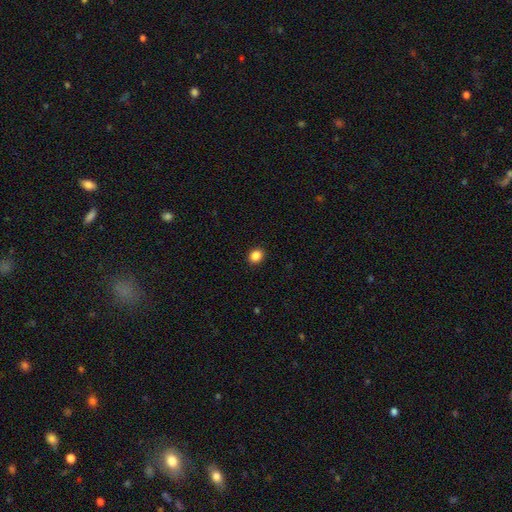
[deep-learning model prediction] smooth 86%, star or artifact 10%, featured or disk 4%. Down the decision tree: how rounded — round (62%); merging — none (92%).